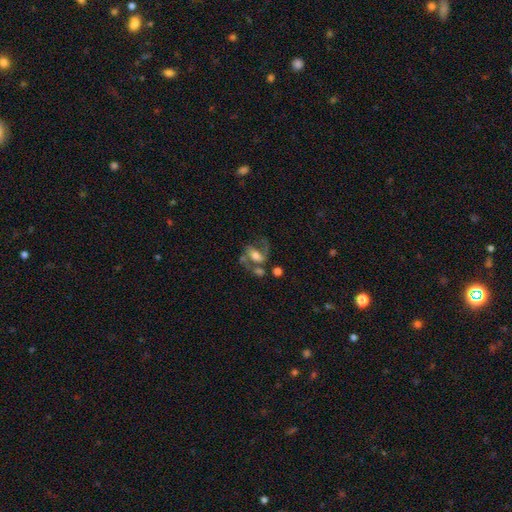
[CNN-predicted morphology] Smooth or featured? Predicted: featured or disk (p=0.76). Edge-on disk? Predicted: no (p=0.96). Bar? Predicted: weak (p=0.39). Spiral arms? Predicted: yes (p=0.89). Spiral winding? Predicted: medium (p=0.50). Spiral arm count? Predicted: 2 (p=0.86). Bulge size? Predicted: moderate (p=0.56). Merging? Predicted: none (p=0.46).